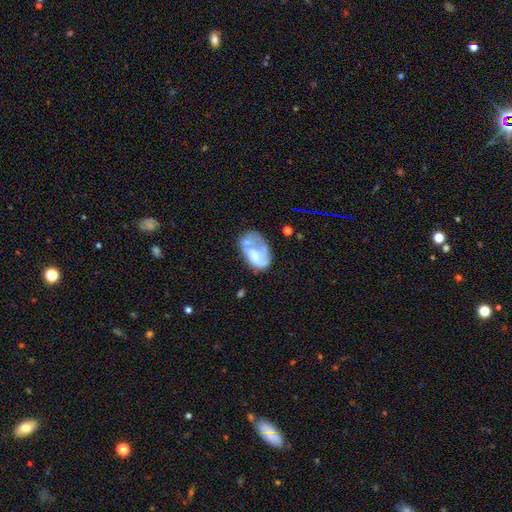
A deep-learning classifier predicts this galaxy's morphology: Overall: featured or disk (53%; smooth 39%). Edge-on disk: no (97%). Bar: no (76%). Spiral arms: no (62%; yes 38%). Bulge size: none (41%; moderate 27%). Merging: none (31%; major disturbance 30%).